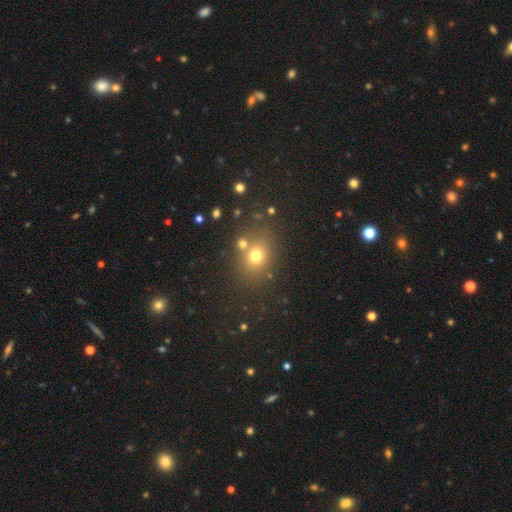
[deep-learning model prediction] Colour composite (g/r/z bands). It shows a smooth galaxy with no disk features (70%) that is round (61%). Merging: none (73%).